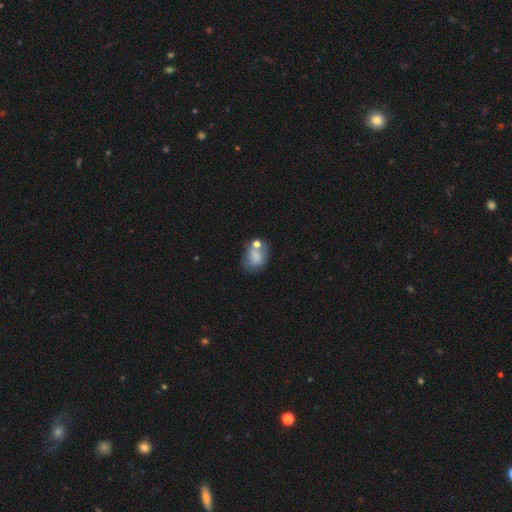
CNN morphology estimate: Q: Smooth or featured?
A: smooth (65%); runner-up: featured or disk (24%)
Q: How rounded?
A: in between (54%); runner-up: round (45%)
Q: Merging?
A: none (39%); runner-up: merger (28%)